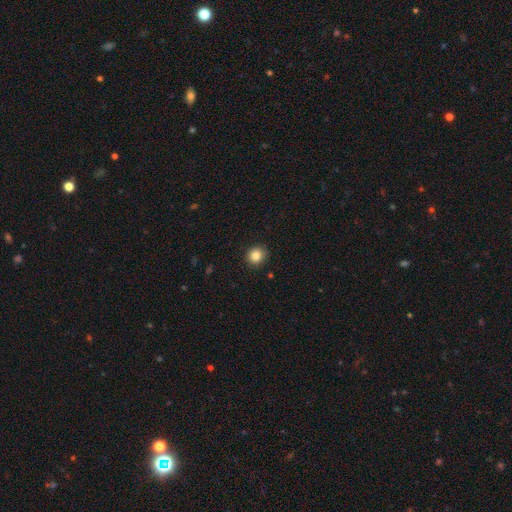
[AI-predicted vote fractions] smooth-or-featured: smooth: 85% | star or artifact: 11% | featured or disk: 5%
  how-rounded: round: 88% | in between: 11% | cigar-shaped: 1%
  merging: none: 90% | minor disturbance: 7% | major disturbance: 2% | merger: 1%